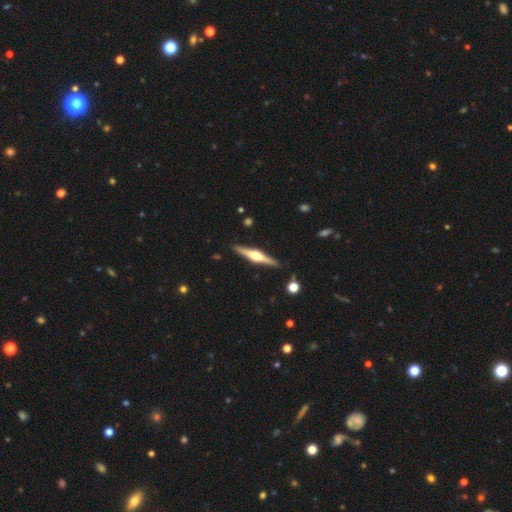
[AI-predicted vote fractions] A featured or disk galaxy (79%) viewed edge-on (98%) with a rounded central bulge (93%).

Vote fractions:
- Smooth or featured? featured or disk: 79% / smooth: 16% / star or artifact: 5%
- Edge-on disk? yes: 98% / no: 2%
- Edge-on bulge? rounded: 93% / boxy: 5% / none: 2%
- Merging? none: 91% / minor disturbance: 6% / merger: 1% / major disturbance: 1%